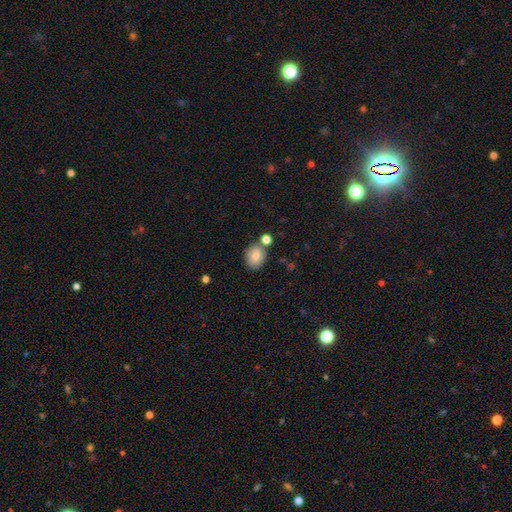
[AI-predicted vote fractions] smooth_or_featured: smooth (p=0.82) [alt: featured or disk p=0.09]
how_rounded: in between (p=0.51) [alt: round p=0.48]
merging: none (p=0.70) [alt: merger p=0.14]